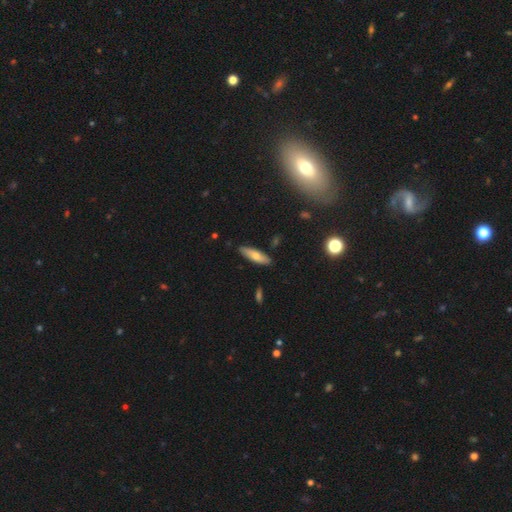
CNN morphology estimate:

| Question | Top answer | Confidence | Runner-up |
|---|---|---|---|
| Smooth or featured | smooth | 66% | featured or disk (26%) |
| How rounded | cigar-shaped | 51% | in between (47%) |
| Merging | none | 86% | minor disturbance (11%) |